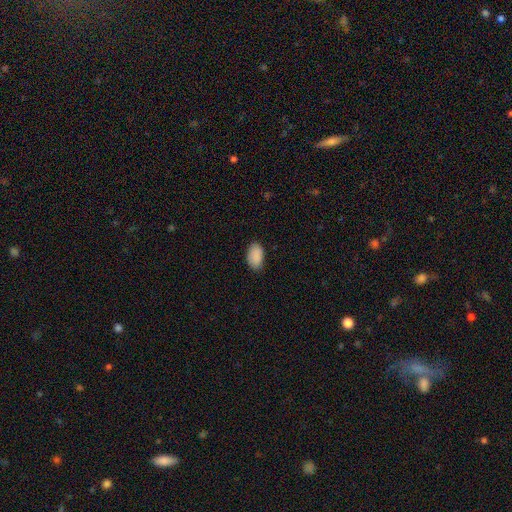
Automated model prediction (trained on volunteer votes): Smooth or featured? Predicted: smooth (p=0.90). How rounded? Predicted: in between (p=0.93). Merging? Predicted: none (p=0.83).